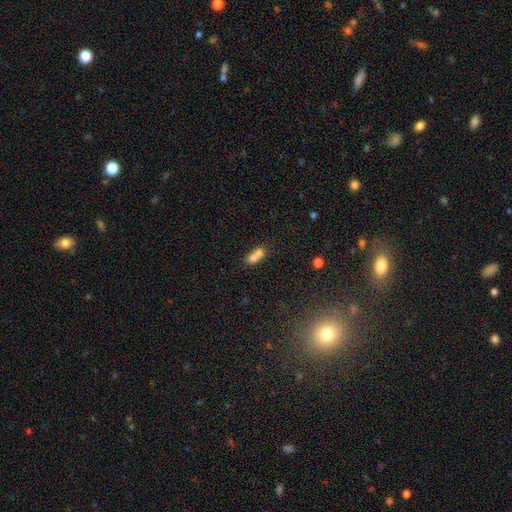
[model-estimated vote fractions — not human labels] Smooth or featured? smooth (70%)
How rounded? in between (51%)
Merging? merger (72%)